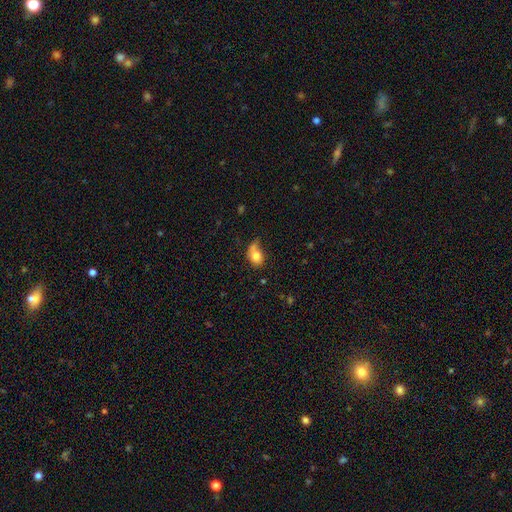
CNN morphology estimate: This appears to be a smooth galaxy with no disk features (78%) that is in between round and cigar-shaped (61%). Merging: none (38%).